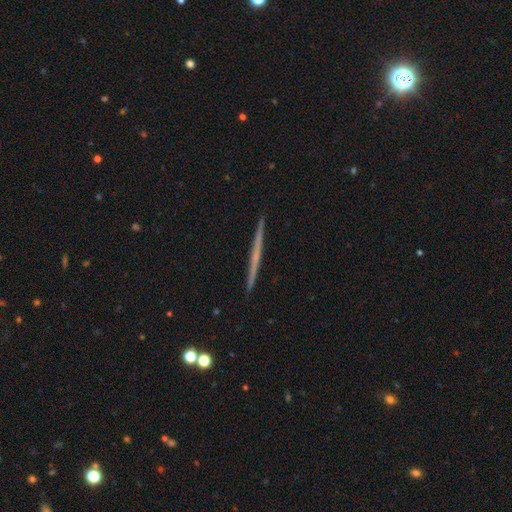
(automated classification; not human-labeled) Overall: featured or disk (62%; smooth 31%). Edge-on disk: yes (98%). Edge-on bulge: none (81%). Merging: none (93%).